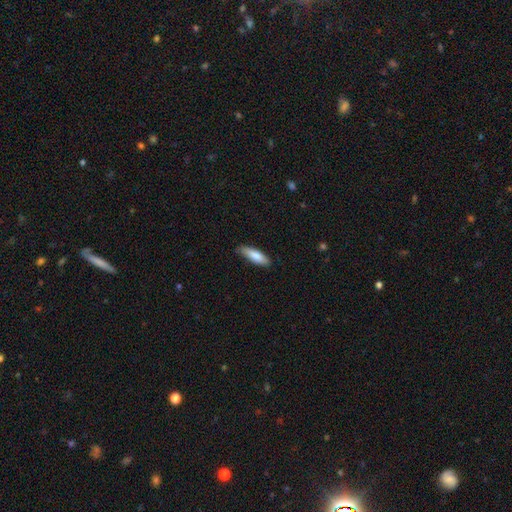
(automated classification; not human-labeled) Q: Smooth or featured?
A: smooth (82%); runner-up: featured or disk (13%)
Q: How rounded?
A: cigar-shaped (53%); runner-up: in between (45%)
Q: Merging?
A: none (75%); runner-up: minor disturbance (21%)